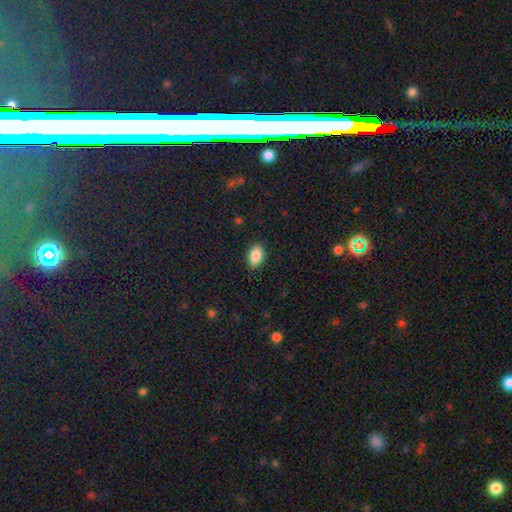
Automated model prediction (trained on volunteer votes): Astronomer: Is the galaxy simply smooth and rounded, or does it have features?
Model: smooth — 87%.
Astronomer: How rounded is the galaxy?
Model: in between — 91%.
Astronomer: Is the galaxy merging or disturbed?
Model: none — 87%.